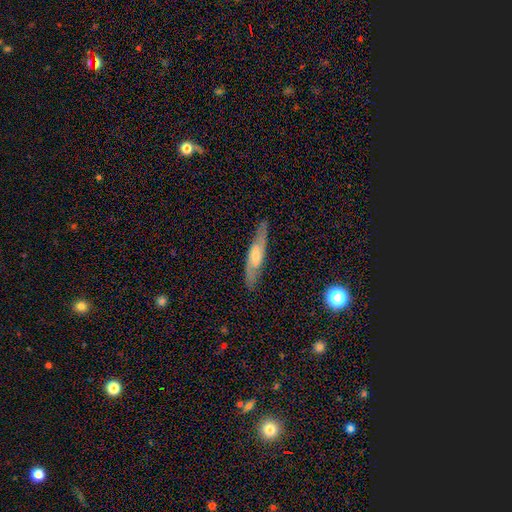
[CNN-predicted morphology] This appears to be a featured or disk galaxy (63%) with not edge-on (50%, tied with yes). Merging: none (83%).